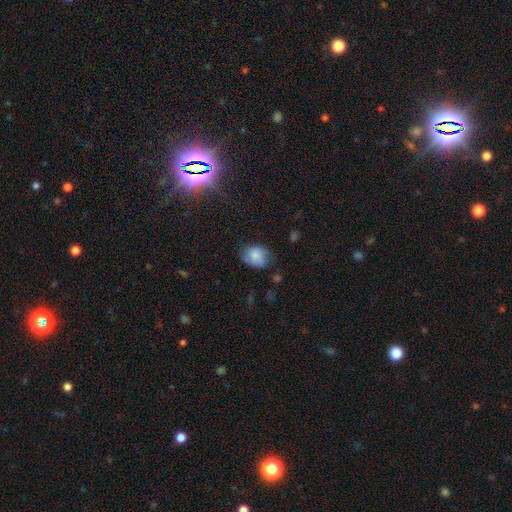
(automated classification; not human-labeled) Q: Smooth or featured?
A: smooth (73%); runner-up: featured or disk (18%)
Q: How rounded?
A: in between (59%); runner-up: round (40%)
Q: Merging?
A: none (59%); runner-up: minor disturbance (29%)